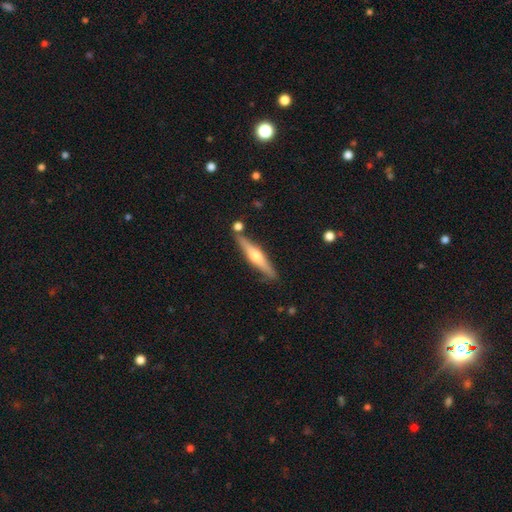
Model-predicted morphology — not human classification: A featured or disk galaxy (64%) viewed edge-on (96%) with a rounded central bulge (92%). Merging: none (84%).